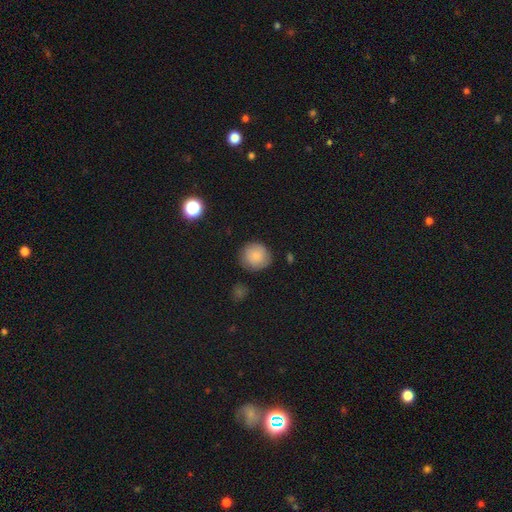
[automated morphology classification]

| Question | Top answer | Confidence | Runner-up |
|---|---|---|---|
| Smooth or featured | smooth | 83% | star or artifact (8%) |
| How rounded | round | 91% | in between (8%) |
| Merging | none | 82% | minor disturbance (13%) |